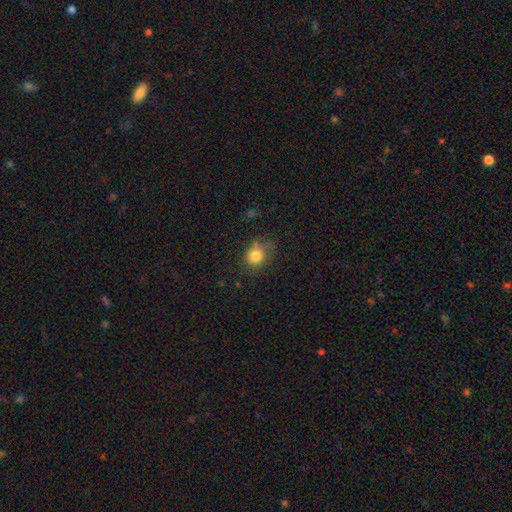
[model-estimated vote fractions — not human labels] Smooth or featured? smooth (81%)
How rounded? round (72%)
Merging? none (62%)